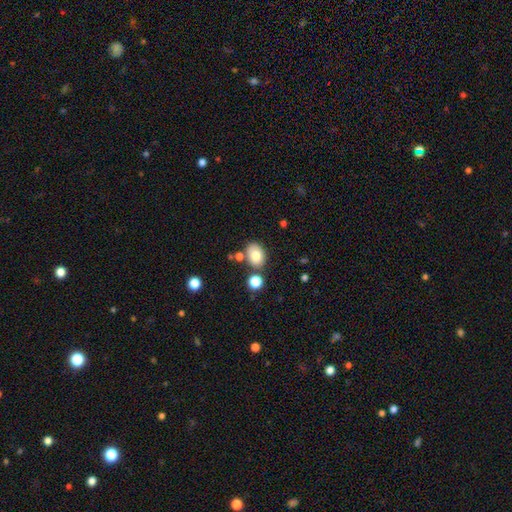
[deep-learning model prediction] This is likely a smooth galaxy (78%). How rounded: likely in between (69%). Merging: likely none (71%).